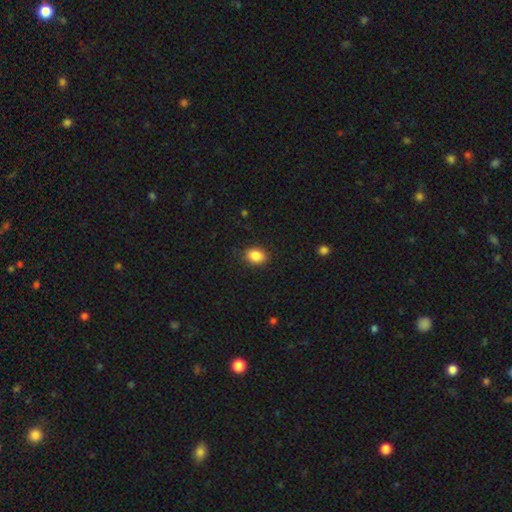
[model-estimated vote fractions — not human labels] Q: Smooth or featured?
A: smooth (87%); runner-up: star or artifact (9%)
Q: How rounded?
A: in between (67%); runner-up: round (32%)
Q: Merging?
A: none (87%); runner-up: minor disturbance (9%)